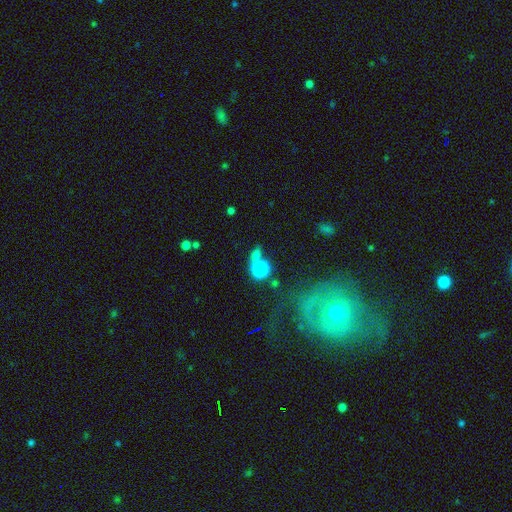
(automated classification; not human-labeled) The model was most divided on "how rounded": round: 55%, in between: 39%, cigar-shaped: 7%. Remaining: smooth or featured — smooth (61%); merging — none (48%).